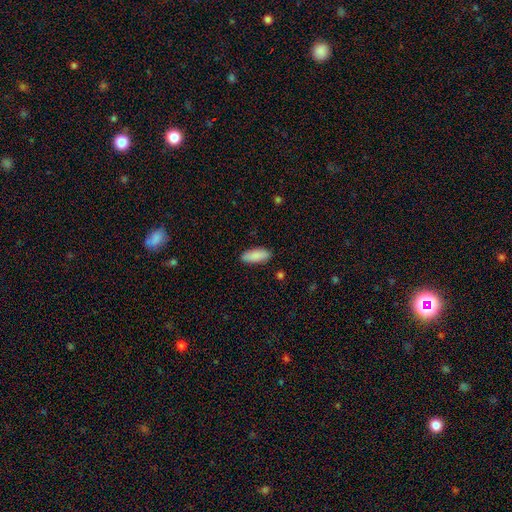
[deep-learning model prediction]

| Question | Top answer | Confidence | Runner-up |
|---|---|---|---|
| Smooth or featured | smooth | 89% | star or artifact (6%) |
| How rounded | in between | 78% | cigar-shaped (21%) |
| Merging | none | 87% | minor disturbance (10%) |